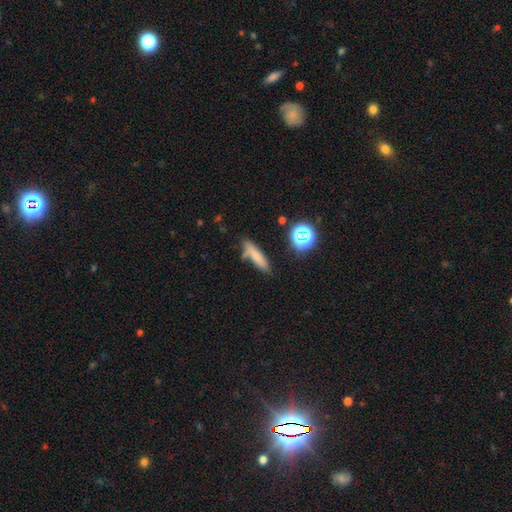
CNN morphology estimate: This appears to be a smooth galaxy with no disk features (71%) that is cigar-shaped (76%). Merging: none (64%).